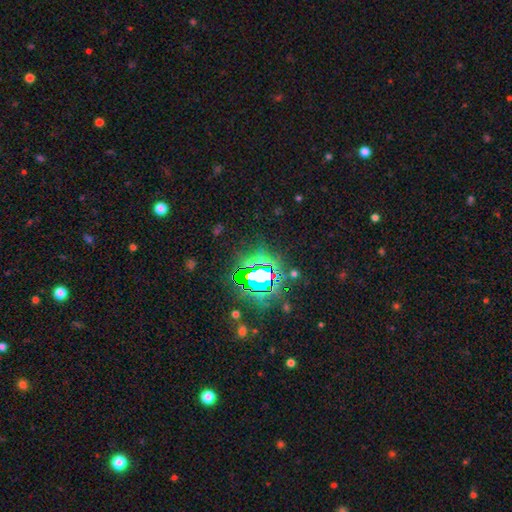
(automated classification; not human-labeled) Smooth or featured? star or artifact (86%)